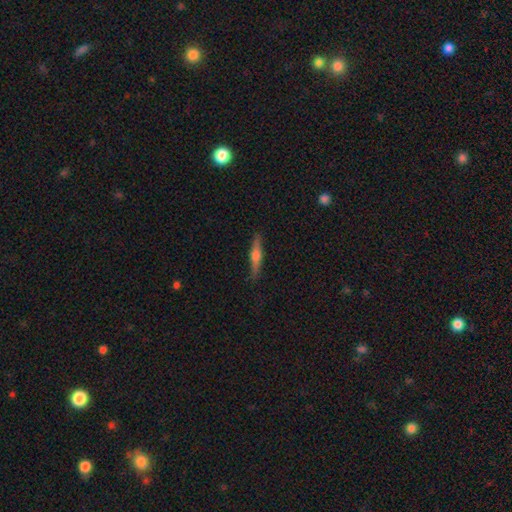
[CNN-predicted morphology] Q: Smooth or featured?
A: featured or disk (58%); runner-up: smooth (36%)
Q: Edge-on disk?
A: yes (96%); runner-up: no (4%)
Q: Edge-on bulge?
A: rounded (87%); runner-up: boxy (7%)
Q: Merging?
A: none (86%); runner-up: minor disturbance (11%)